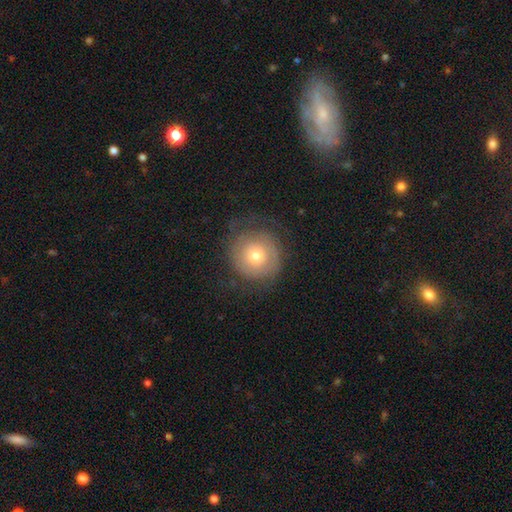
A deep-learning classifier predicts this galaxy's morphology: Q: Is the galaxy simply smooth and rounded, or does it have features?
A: smooth — 48%.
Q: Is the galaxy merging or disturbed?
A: none — 71%.